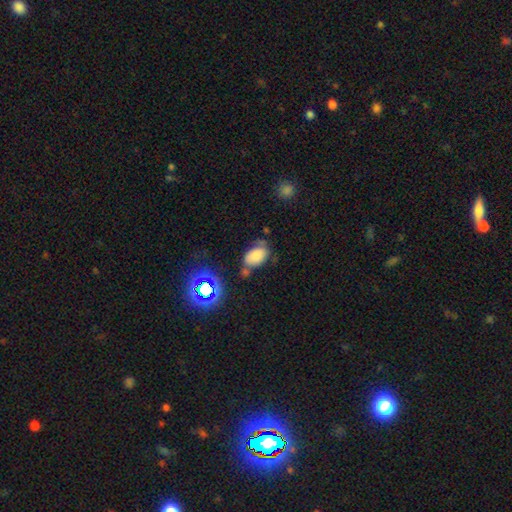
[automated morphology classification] smooth 74%, star or artifact 14%, featured or disk 12%. Down the decision tree: how rounded — in between (87%); merging — none (51%).